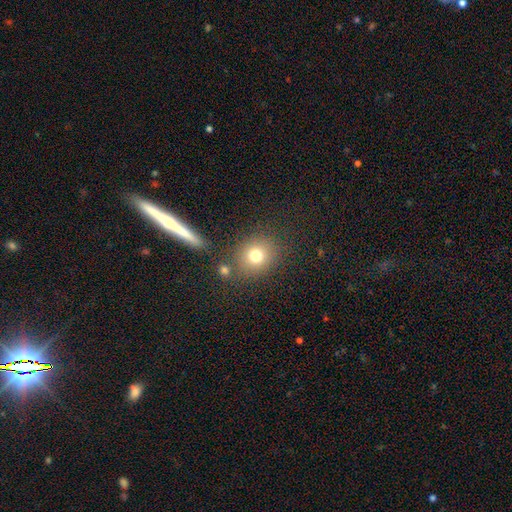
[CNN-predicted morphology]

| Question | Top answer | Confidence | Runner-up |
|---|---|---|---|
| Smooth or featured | smooth | 77% | star or artifact (13%) |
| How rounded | round | 76% | in between (23%) |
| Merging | none | 78% | minor disturbance (11%) |